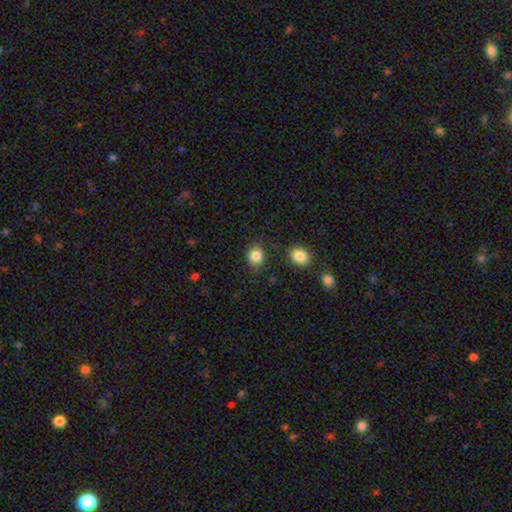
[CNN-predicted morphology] This is clearly a smooth galaxy (86%). How rounded: likely round (69%). Merging: clearly none (82%).